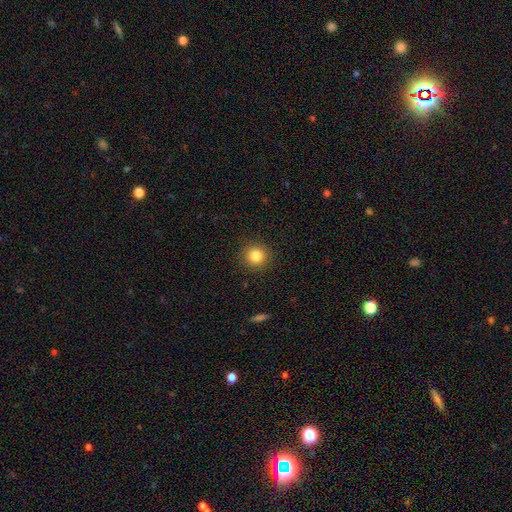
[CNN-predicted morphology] type=smooth (84%); roundness=round (94%); merging=none (91%).